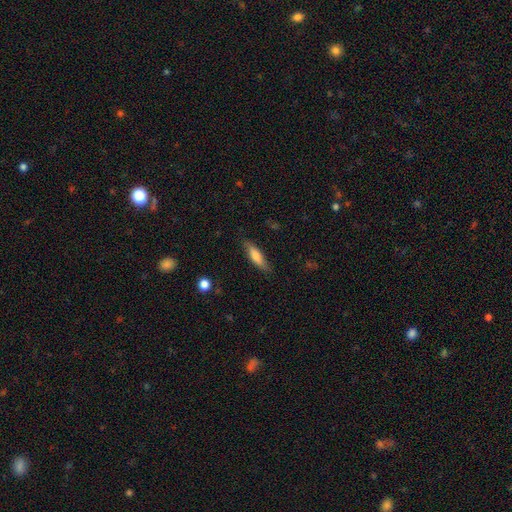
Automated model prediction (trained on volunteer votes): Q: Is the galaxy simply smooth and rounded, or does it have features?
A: smooth — 72%.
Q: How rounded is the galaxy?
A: cigar-shaped — 60%.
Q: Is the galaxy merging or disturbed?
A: none — 81%.